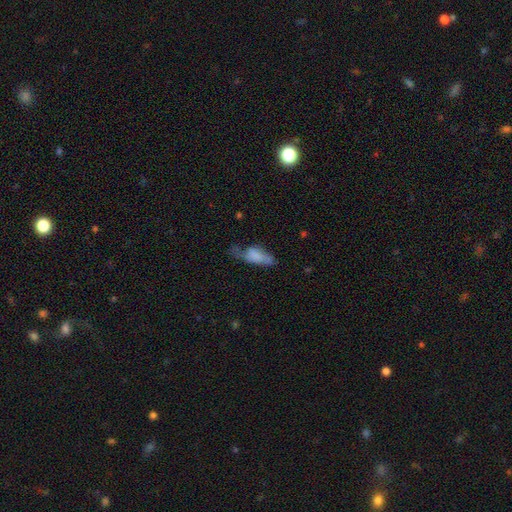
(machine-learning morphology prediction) smooth_or_featured: smooth (p=0.67) [alt: featured or disk p=0.25]
how_rounded: in between (p=0.77) [alt: cigar-shaped p=0.20]
merging: major disturbance (p=0.34) [alt: minor disturbance p=0.32]